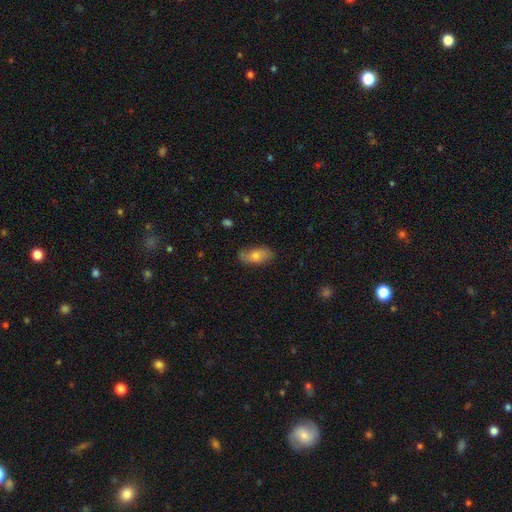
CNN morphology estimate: smooth-or-featured: smooth: 70% | featured or disk: 23% | star or artifact: 7%
  how-rounded: in between: 89% | cigar-shaped: 7% | round: 4%
  merging: none: 76% | minor disturbance: 19% | major disturbance: 4% | merger: 2%